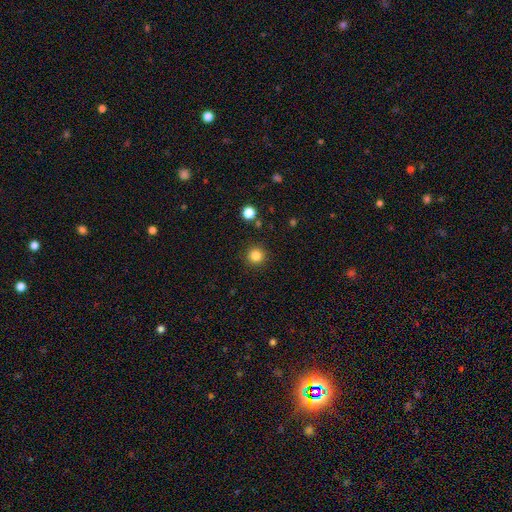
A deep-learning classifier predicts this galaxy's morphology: smooth-or-featured: smooth: 83% | star or artifact: 13% | featured or disk: 4%
  how-rounded: round: 95% | in between: 4% | cigar-shaped: 1%
  merging: none: 91% | minor disturbance: 5% | major disturbance: 2% | merger: 2%